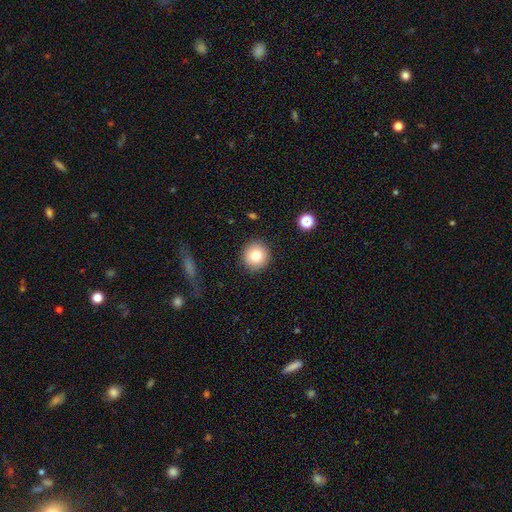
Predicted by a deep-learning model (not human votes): Smooth or featured?
  - smooth: 79% *
  - featured or disk: 11%
  - star or artifact: 10%
How rounded?
  - round: 93% *
  - in between: 6%
  - cigar-shaped: 1%
Merging?
  - none: 89% *
  - minor disturbance: 7%
  - major disturbance: 2%
  - merger: 1%